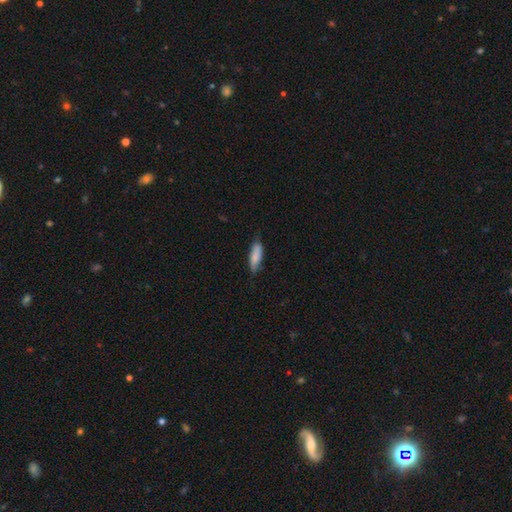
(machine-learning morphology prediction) type=smooth (82%); roundness=in between (51%); merging=none (71%).